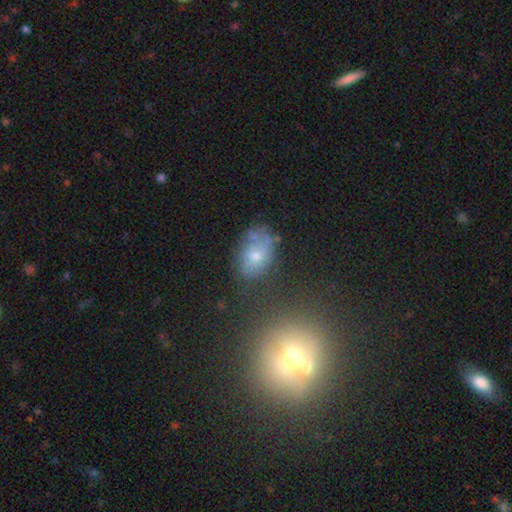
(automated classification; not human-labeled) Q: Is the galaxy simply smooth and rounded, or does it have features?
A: smooth — 57%.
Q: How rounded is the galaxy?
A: in between — 75%.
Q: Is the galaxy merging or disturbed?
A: none — 54%.